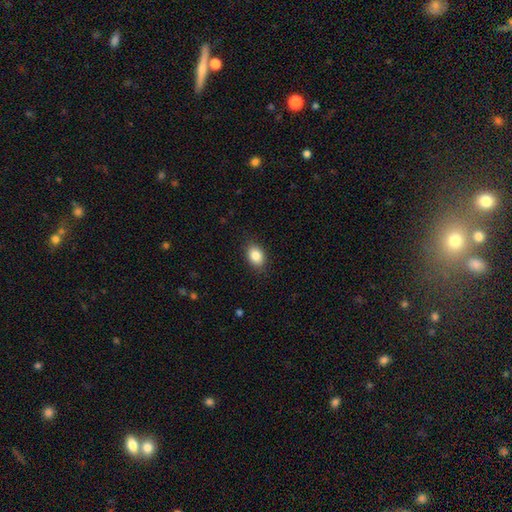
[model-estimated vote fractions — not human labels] Overall: smooth (86%). How rounded: in between (77%). Merging: none (87%).